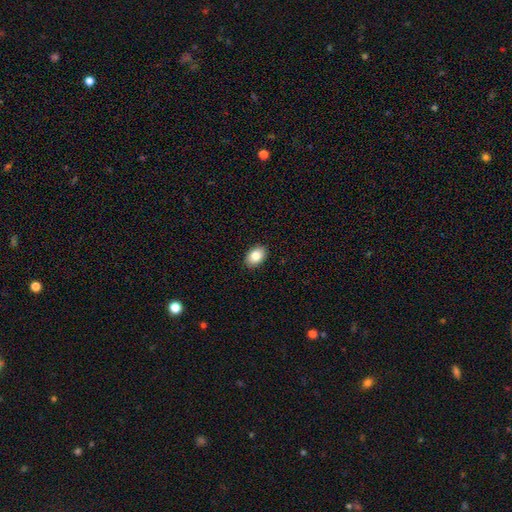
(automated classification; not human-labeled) A smooth galaxy with no disk features (83%) that is in between round and cigar-shaped (78%).

Vote fractions:
- Smooth or featured? smooth: 83% / featured or disk: 9% / star or artifact: 8%
- How rounded? in between: 78% / round: 21% / cigar-shaped: 1%
- Merging? none: 90% / minor disturbance: 7% / major disturbance: 2% / merger: 1%